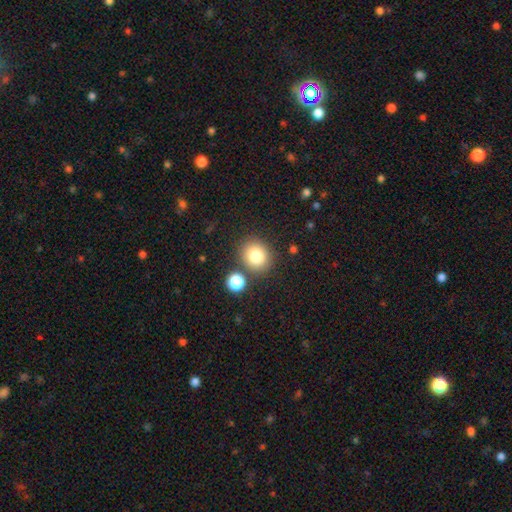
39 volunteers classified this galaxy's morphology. This appears to be a smooth galaxy with no disk features (92%) that is round (69%). Merging: none (81%).